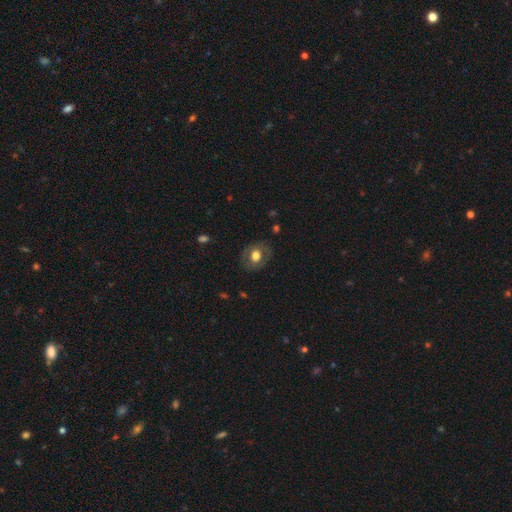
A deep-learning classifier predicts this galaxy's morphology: Smooth or featured: smooth — 57% (featured or disk — 34%)
How rounded: round — 53% (in between — 46%)
Merging: none — 80% (minor disturbance — 13%)